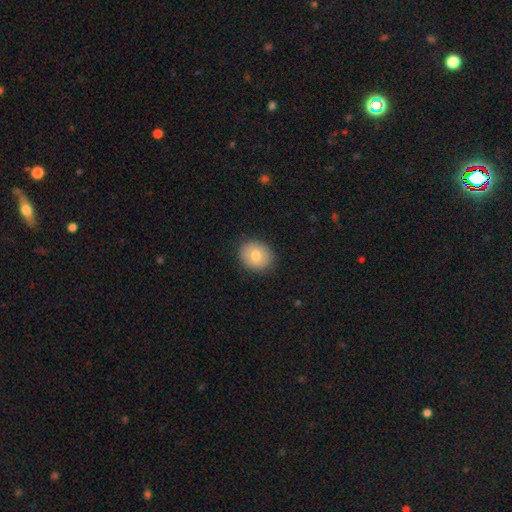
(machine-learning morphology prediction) Smooth or featured? smooth (74%)
How rounded? round (67%)
Merging? none (88%)